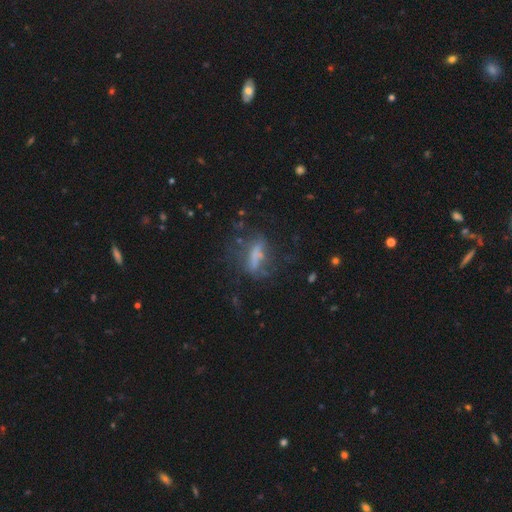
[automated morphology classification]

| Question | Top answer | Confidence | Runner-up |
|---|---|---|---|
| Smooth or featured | featured or disk | 45% | smooth (39%) |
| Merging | none | 42% | major disturbance (31%) |